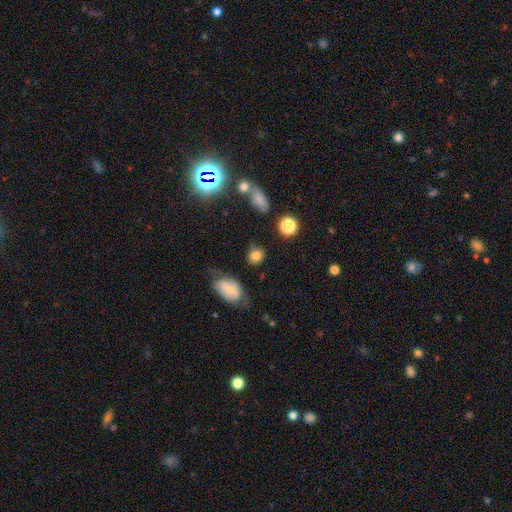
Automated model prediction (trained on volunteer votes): A smooth galaxy with no disk features (80%) that is round (75%).

Vote fractions:
- Smooth or featured? smooth: 80% / star or artifact: 13% / featured or disk: 8%
- How rounded? round: 75% / in between: 24% / cigar-shaped: 1%
- Merging? none: 75% / minor disturbance: 15% / major disturbance: 5% / merger: 5%